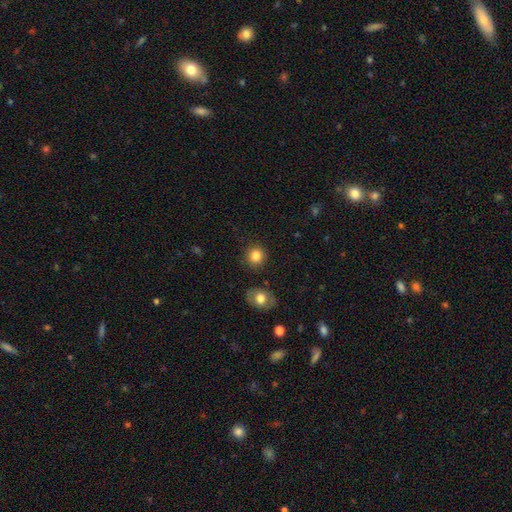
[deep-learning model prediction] A smooth galaxy with no disk features (83%) that is round (88%).

Vote fractions:
- Smooth or featured? smooth: 83% / star or artifact: 10% / featured or disk: 7%
- How rounded? round: 88% / in between: 11% / cigar-shaped: 1%
- Merging? none: 87% / minor disturbance: 7% / merger: 3% / major disturbance: 2%